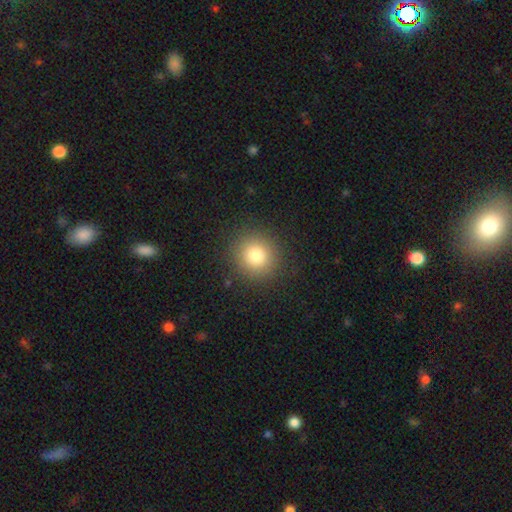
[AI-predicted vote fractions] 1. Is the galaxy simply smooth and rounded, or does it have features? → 81% smooth, 12% star or artifact, 7% featured or disk.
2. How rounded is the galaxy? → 92% round, 7% in between, 1% cigar-shaped.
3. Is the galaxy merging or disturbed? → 90% none, 6% minor disturbance, 3% major disturbance, 1% merger.